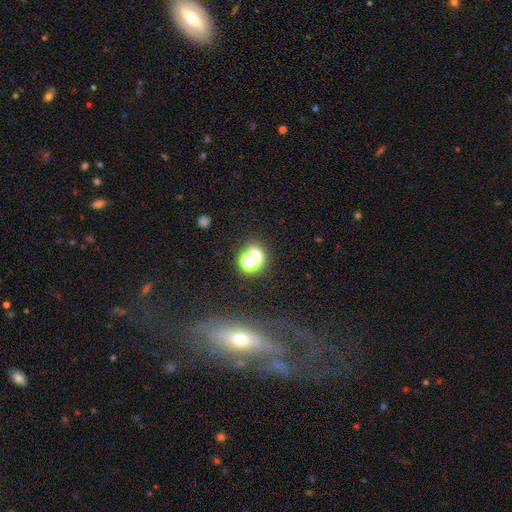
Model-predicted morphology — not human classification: This is possibly a smooth galaxy (47%). Merging: likely none (60%).